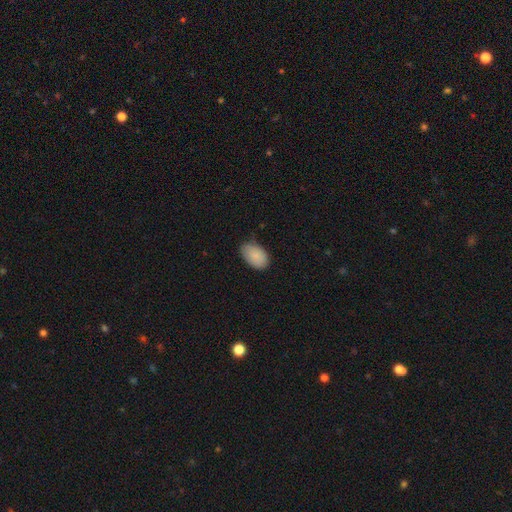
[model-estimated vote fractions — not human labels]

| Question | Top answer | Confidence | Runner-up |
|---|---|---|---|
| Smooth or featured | smooth | 89% | star or artifact (6%) |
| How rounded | in between | 92% | round (7%) |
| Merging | none | 74% | minor disturbance (22%) |